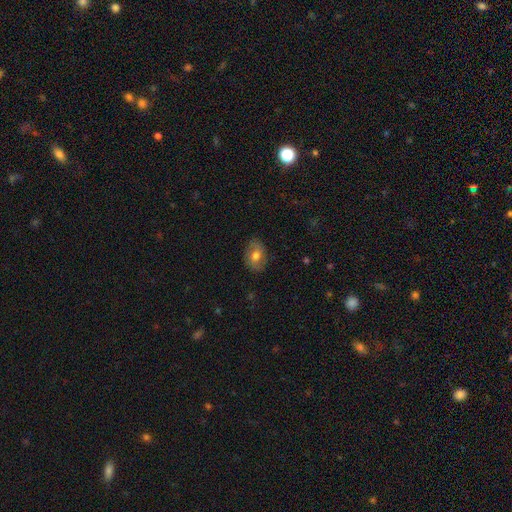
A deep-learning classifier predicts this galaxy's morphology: smooth_or_featured: smooth (p=0.58) [alt: featured or disk p=0.33]
how_rounded: in between (p=0.72) [alt: round p=0.27]
merging: none (p=0.81) [alt: minor disturbance p=0.14]